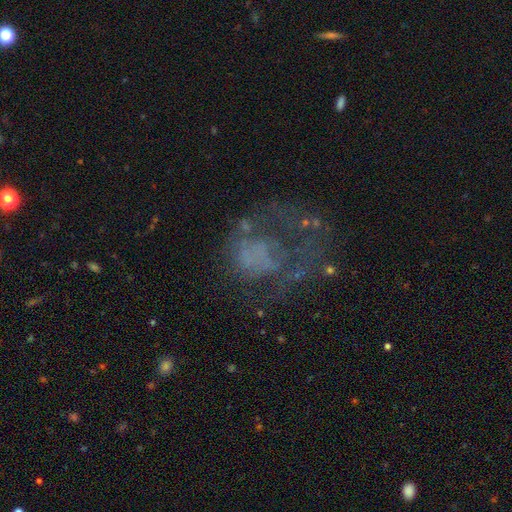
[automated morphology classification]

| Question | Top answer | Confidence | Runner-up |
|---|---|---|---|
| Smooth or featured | featured or disk | 52% | smooth (28%) |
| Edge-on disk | no | 98% | yes (2%) |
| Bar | no | 91% | weak (6%) |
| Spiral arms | no | 81% | yes (19%) |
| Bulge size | none | 78% | small (9%) |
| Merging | major disturbance | 48% | none (32%) |